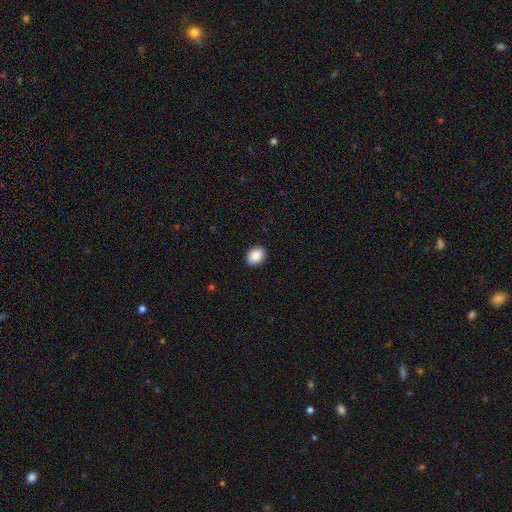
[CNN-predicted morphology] This appears to be a smooth galaxy with no disk features (89%) that is in between round and cigar-shaped (69%). Merging: none (91%).